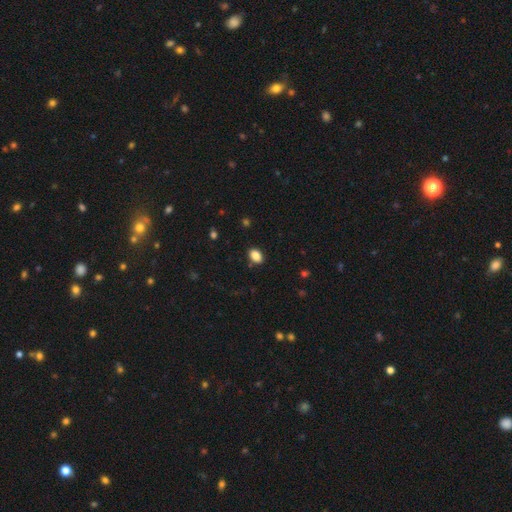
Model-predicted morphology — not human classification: Smooth or featured?
  - smooth: 86% *
  - star or artifact: 9%
  - featured or disk: 4%
How rounded?
  - in between: 82% *
  - round: 16%
  - cigar-shaped: 1%
Merging?
  - none: 87% *
  - minor disturbance: 9%
  - major disturbance: 2%
  - merger: 1%